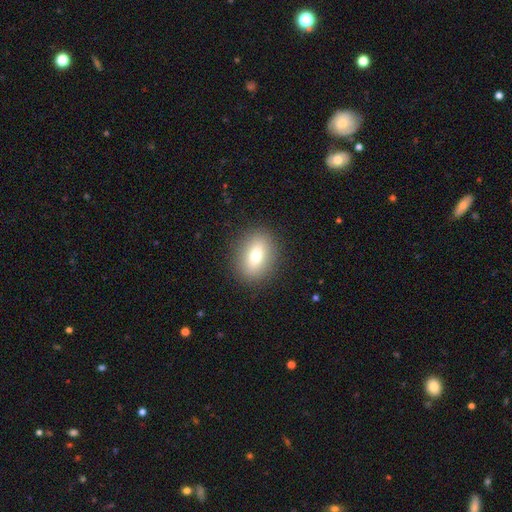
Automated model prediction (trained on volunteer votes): smooth 75%, featured or disk 16%, star or artifact 10%. Down the decision tree: how rounded — in between (69%); merging — none (89%).